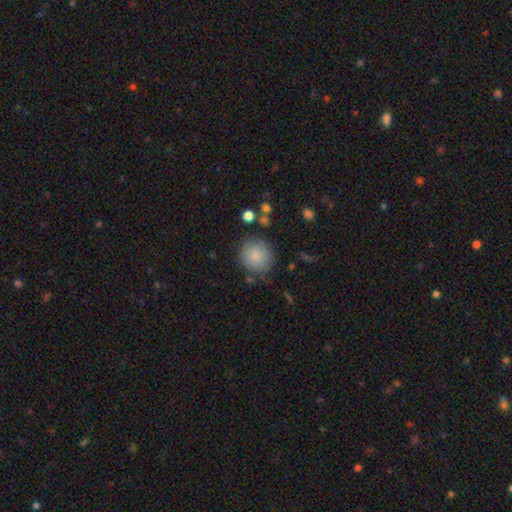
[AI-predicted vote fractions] Morphology: type=smooth (85%); roundness=round (91%); merging=none (80%).